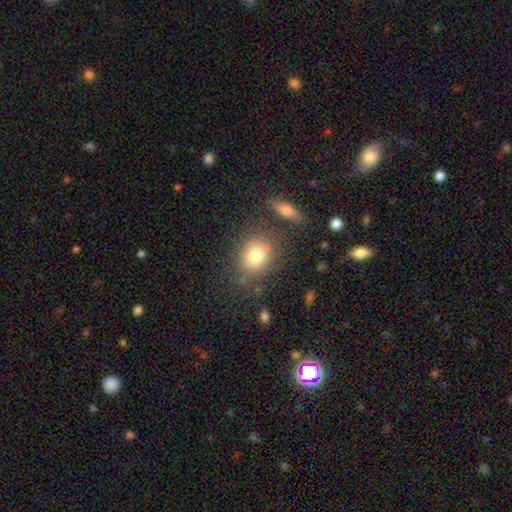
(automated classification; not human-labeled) Smooth or featured?
  - smooth: 79% *
  - featured or disk: 11%
  - star or artifact: 10%
How rounded?
  - round: 63% *
  - in between: 36%
  - cigar-shaped: 2%
Merging?
  - none: 73% *
  - minor disturbance: 13%
  - merger: 8%
  - major disturbance: 5%